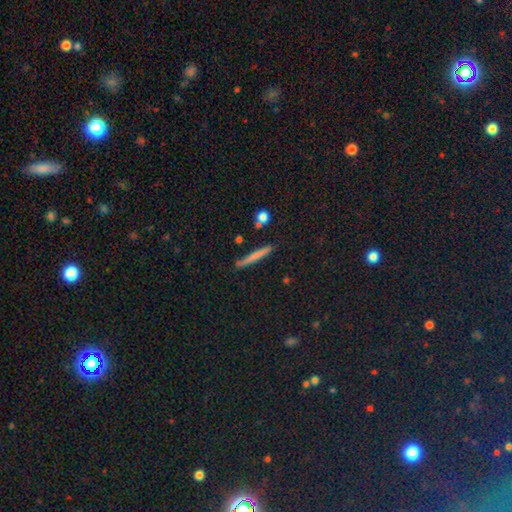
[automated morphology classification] Smooth or featured: smooth — 60% (featured or disk — 30%)
How rounded: cigar-shaped — 94% (in between — 3%)
Merging: none — 85% (minor disturbance — 9%)